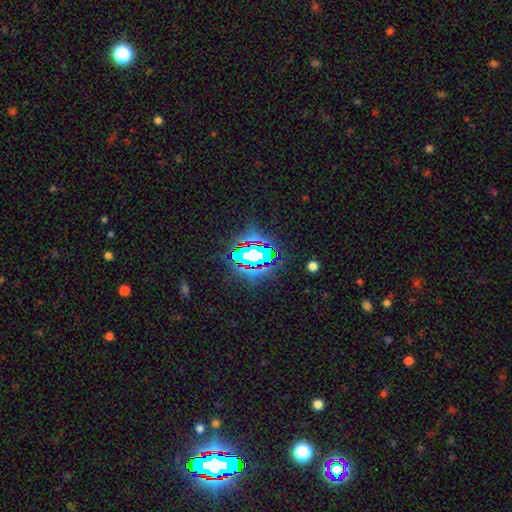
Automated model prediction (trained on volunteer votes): Morphology: type=star or artifact (68%).